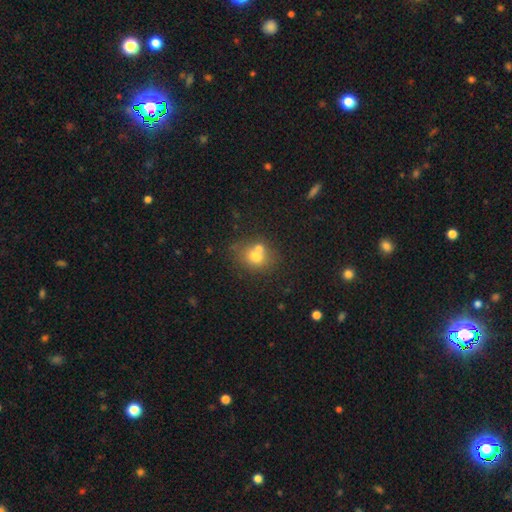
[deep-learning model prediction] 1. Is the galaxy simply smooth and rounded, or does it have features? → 69% smooth, 18% featured or disk, 13% star or artifact.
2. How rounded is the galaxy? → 69% round, 30% in between, 1% cigar-shaped.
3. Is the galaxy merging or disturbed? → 49% none, 37% merger, 10% minor disturbance, 4% major disturbance.